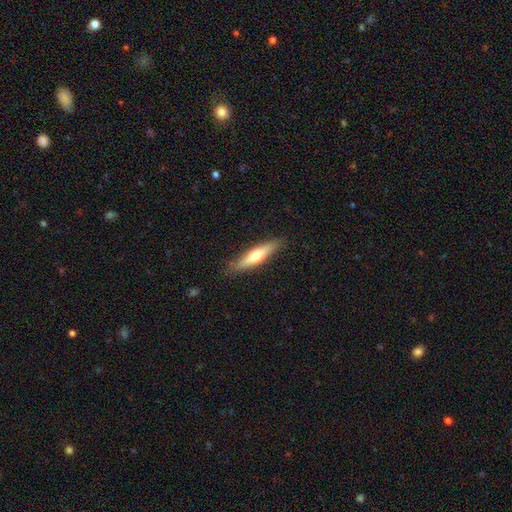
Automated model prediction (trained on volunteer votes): smooth-or-featured: smooth: 54% | featured or disk: 41% | star or artifact: 5%
  how-rounded: cigar-shaped: 82% | in between: 17% | round: 1%
  merging: none: 85% | minor disturbance: 11% | major disturbance: 2% | merger: 1%